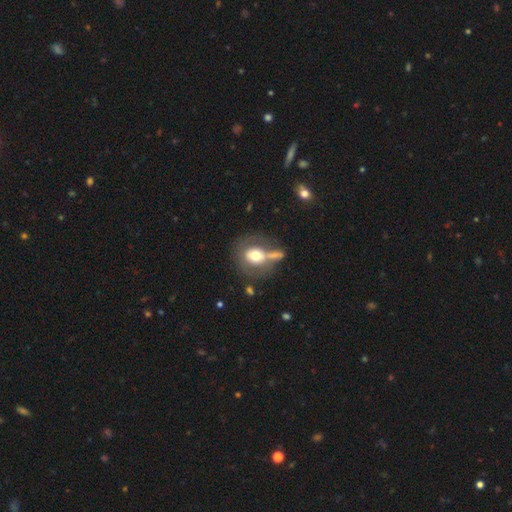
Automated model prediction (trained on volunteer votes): Smooth or featured: smooth — 59% (featured or disk — 32%)
How rounded: round — 69% (in between — 29%)
Merging: none — 42% (merger — 22%)